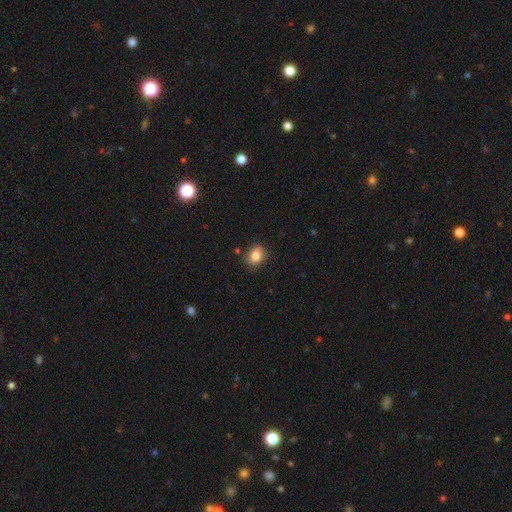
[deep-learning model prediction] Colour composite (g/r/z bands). It shows a smooth galaxy with no disk features (83%) that is in between round and cigar-shaped (56%). Merging: none (78%).